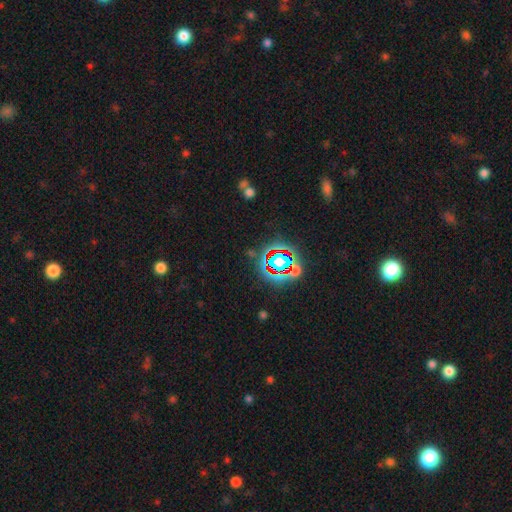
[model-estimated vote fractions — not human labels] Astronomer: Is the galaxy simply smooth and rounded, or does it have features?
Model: star or artifact — 76%.